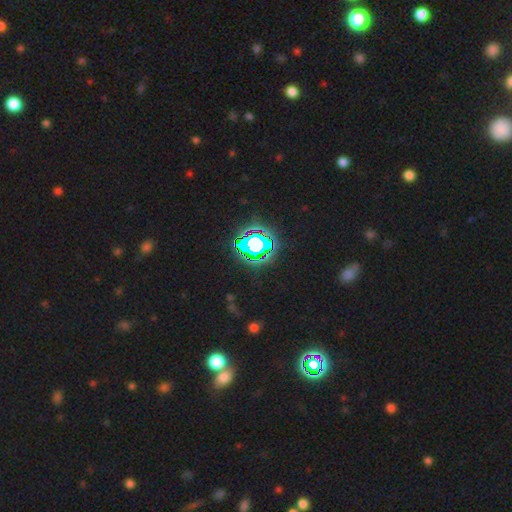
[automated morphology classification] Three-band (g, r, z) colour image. It shows a star or artifact, not a galaxy (79%).